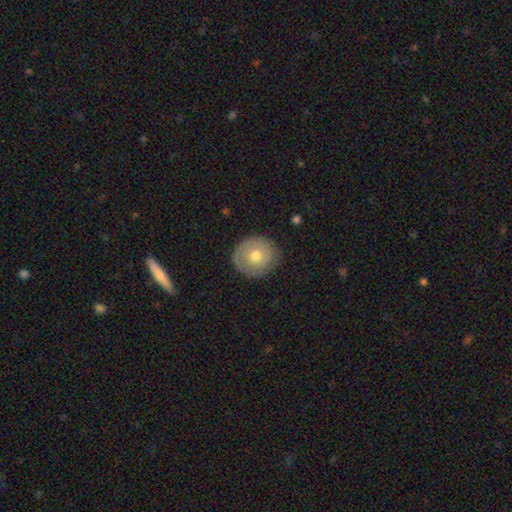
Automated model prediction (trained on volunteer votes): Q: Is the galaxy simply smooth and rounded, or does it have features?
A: smooth — 56%.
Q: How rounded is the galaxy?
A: round — 90%.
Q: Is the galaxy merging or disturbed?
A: none — 82%.